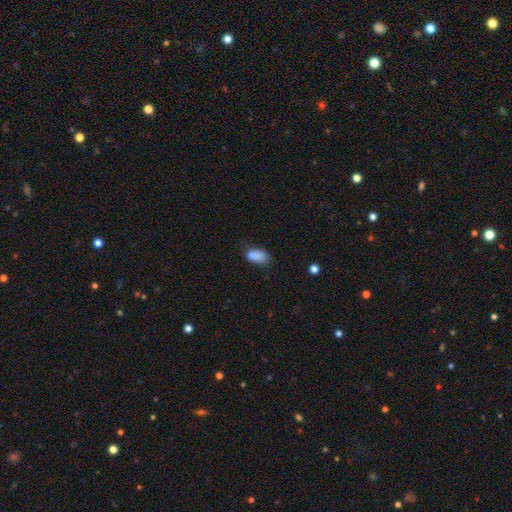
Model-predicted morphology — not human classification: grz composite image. It shows a smooth galaxy with no disk features (86%) that is in between round and cigar-shaped (90%). Merging: none (63%).